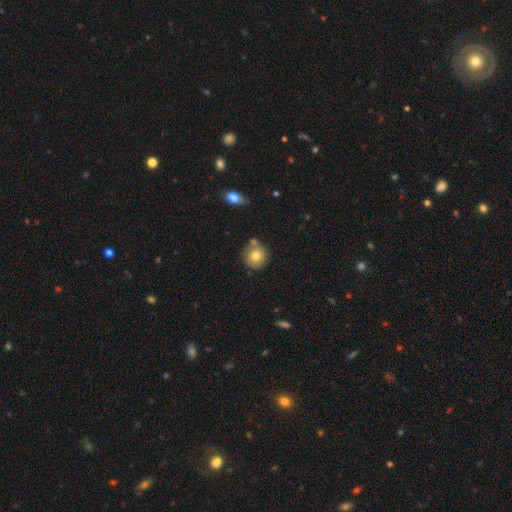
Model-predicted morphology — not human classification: Smooth or featured? smooth (76%)
How rounded? round (93%)
Merging? none (73%)